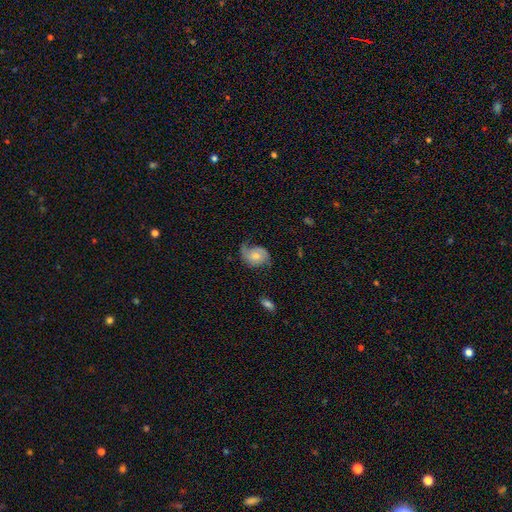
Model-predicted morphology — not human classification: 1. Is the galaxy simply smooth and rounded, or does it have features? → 59% featured or disk, 33% smooth, 7% star or artifact.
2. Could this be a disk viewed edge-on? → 97% no, 3% yes.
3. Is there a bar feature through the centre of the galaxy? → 72% no, 24% weak, 4% strong.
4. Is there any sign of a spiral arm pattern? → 89% yes, 11% no.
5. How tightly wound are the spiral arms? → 40% medium, 35% loose, 26% tight.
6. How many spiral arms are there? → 63% 2, 23% 1, 10% can't tell, 2% 3, 1% 4, 1% more than 4.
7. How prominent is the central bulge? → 52% moderate, 37% small, 6% large, 4% none, 1% dominant.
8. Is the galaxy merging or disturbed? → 48% none, 31% minor disturbance, 19% major disturbance, 2% merger.